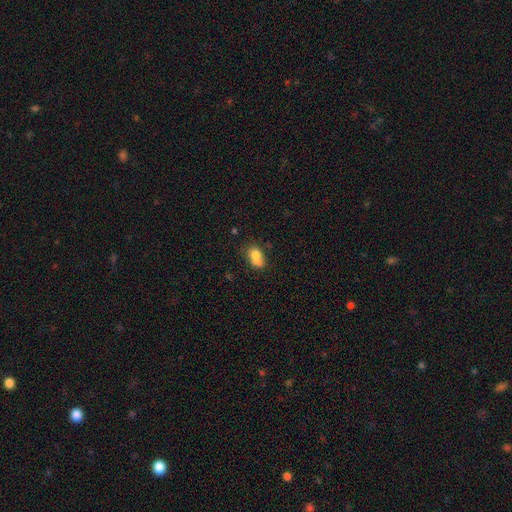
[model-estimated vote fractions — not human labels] Smooth or featured?
  - smooth: 75% *
  - featured or disk: 15%
  - star or artifact: 10%
How rounded?
  - in between: 77% *
  - round: 21%
  - cigar-shaped: 2%
Merging?
  - none: 45% *
  - minor disturbance: 29%
  - merger: 15%
  - major disturbance: 11%